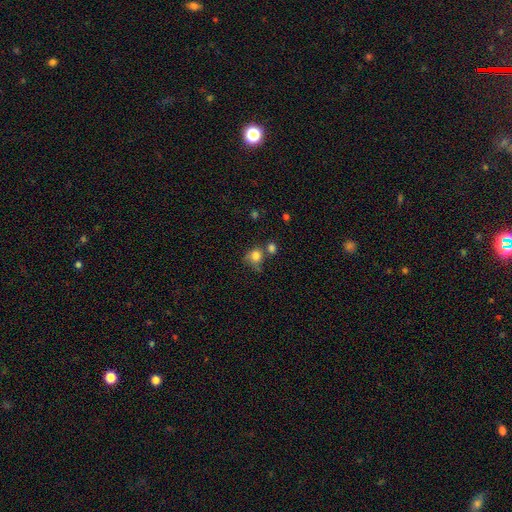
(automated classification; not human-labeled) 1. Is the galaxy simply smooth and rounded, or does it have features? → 79% smooth, 11% star or artifact, 9% featured or disk.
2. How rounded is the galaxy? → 70% round, 28% in between, 1% cigar-shaped.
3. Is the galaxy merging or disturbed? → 45% none, 23% merger, 21% minor disturbance, 11% major disturbance.